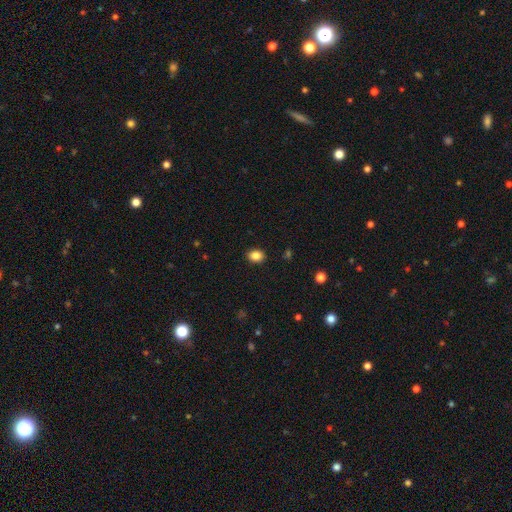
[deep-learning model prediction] Morphology: type=smooth (85%); roundness=in between (60%); merging=none (90%).